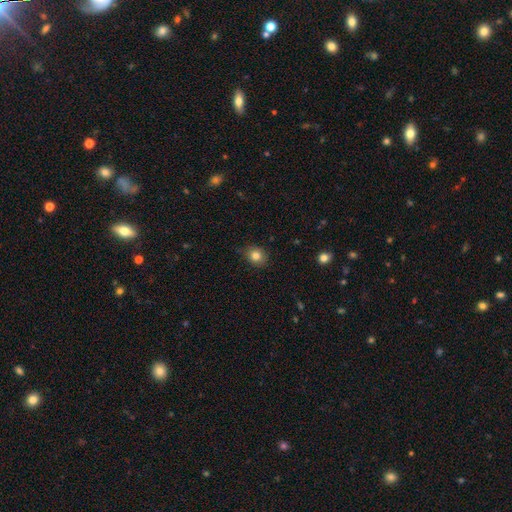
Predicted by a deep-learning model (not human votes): smooth 82%, star or artifact 11%, featured or disk 7%. Down the decision tree: how rounded — round (74%); merging — none (81%).